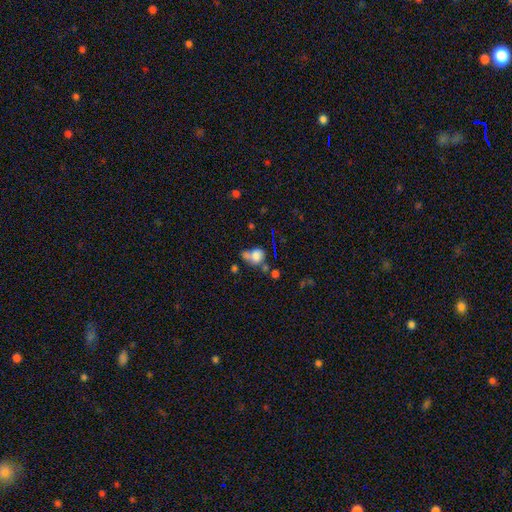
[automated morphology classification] Smooth or featured: smooth — 71% (featured or disk — 16%)
How rounded: round — 56% (in between — 42%)
Merging: merger — 34% (none — 33%)